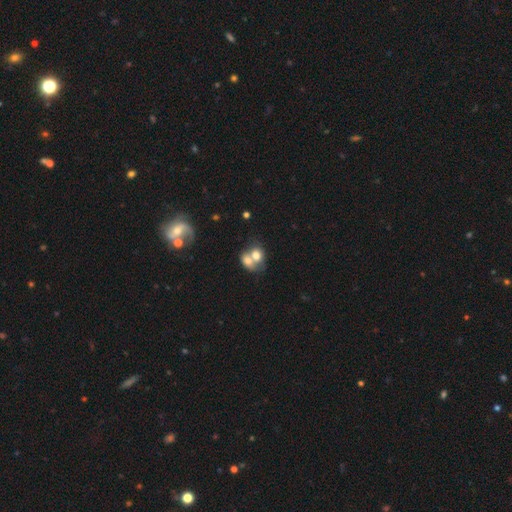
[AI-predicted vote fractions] Morphology: type=smooth (66%); roundness=in between (50%); merging=merger (73%).